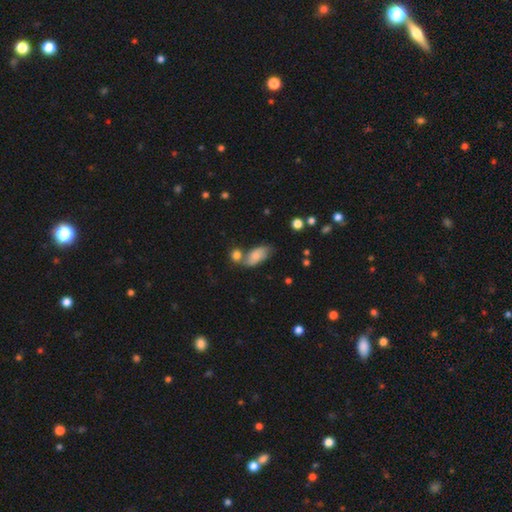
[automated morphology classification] The model was most divided on "merging": none: 43%, merger: 27%, minor disturbance: 21%, major disturbance: 8%. More confident: how rounded — in between (88%); smooth or featured — smooth (67%).